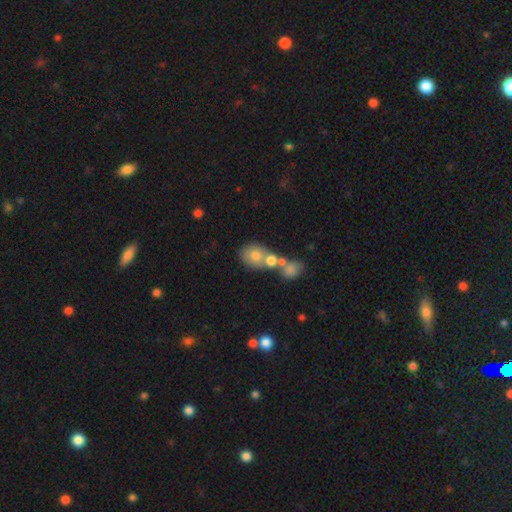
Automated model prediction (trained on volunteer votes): smooth 67%, featured or disk 23%, star or artifact 10%. Down the decision tree: how rounded — round (63%); merging — merger (55%).